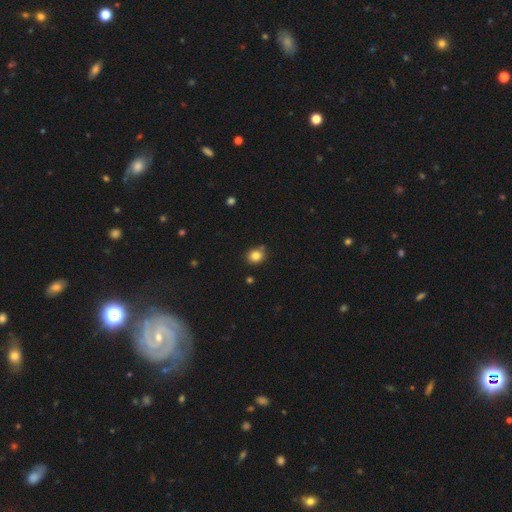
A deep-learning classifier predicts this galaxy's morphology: Smooth or featured: smooth — 83% (star or artifact — 11%)
How rounded: round — 77% (in between — 23%)
Merging: none — 79% (minor disturbance — 12%)